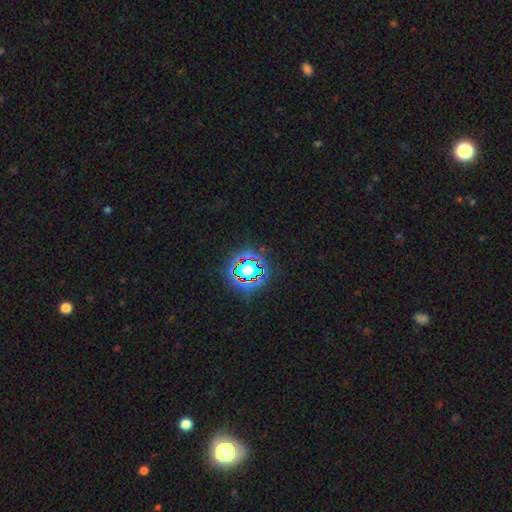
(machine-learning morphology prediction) Q: Smooth or featured?
A: star or artifact (79%); runner-up: smooth (13%)